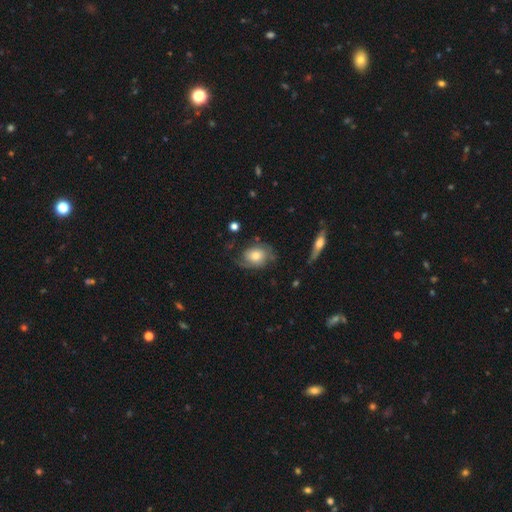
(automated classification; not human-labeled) A featured or disk galaxy (54%) with no bar (77%), spiral arms (83%) and a moderate central bulge (60%).

Vote fractions:
- Smooth or featured? featured or disk: 54% / smooth: 39% / star or artifact: 7%
- Edge-on disk? no: 93% / yes: 7%
- Bar? no: 77% / weak: 19% / strong: 4%
- Spiral arms? yes: 83% / no: 17%
- Bulge size? moderate: 60% / small: 20% / large: 15% / dominant: 2% / none: 2%
- Merging? none: 59% / minor disturbance: 24% / major disturbance: 15% / merger: 2%